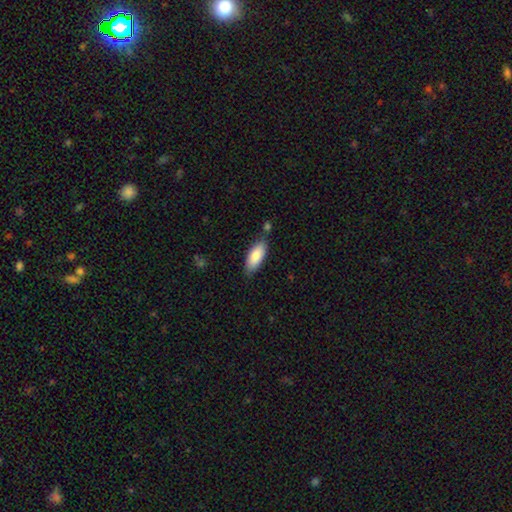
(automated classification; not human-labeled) A smooth galaxy with no disk features (84%) that is in between round and cigar-shaped (78%). Merging: none (74%).